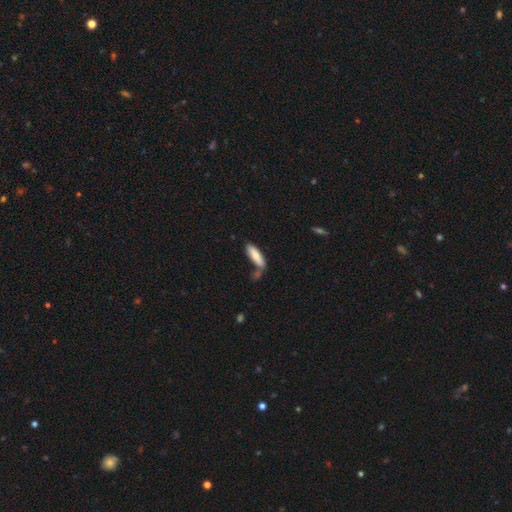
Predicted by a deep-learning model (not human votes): Overall: smooth (80%). How rounded: cigar-shaped (53%; in between 46%). Merging: none (55%; merger 21%).